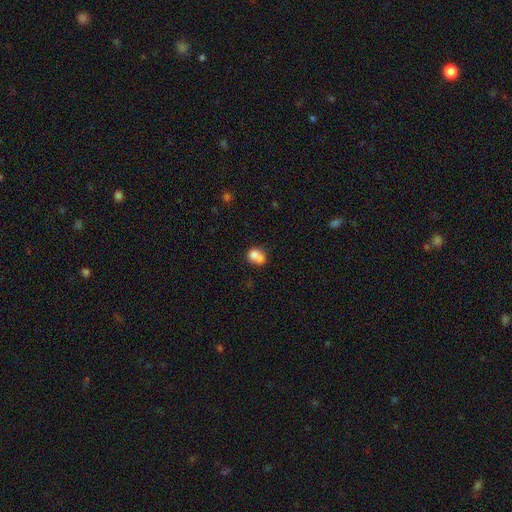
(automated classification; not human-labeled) Q: Smooth or featured?
A: smooth (72%); runner-up: featured or disk (18%)
Q: How rounded?
A: round (61%); runner-up: in between (38%)
Q: Merging?
A: merger (58%); runner-up: none (28%)